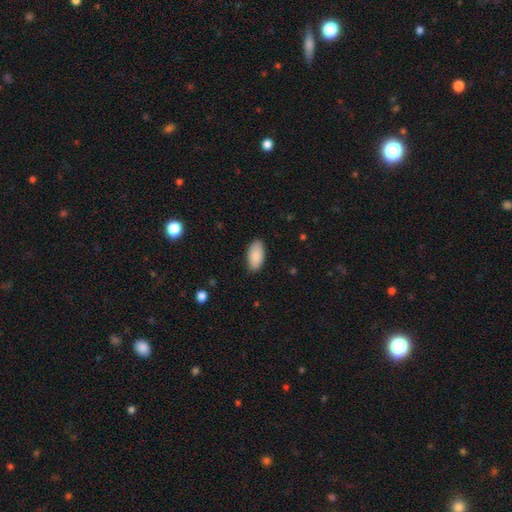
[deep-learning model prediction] Morphology: type=smooth (88%); roundness=in between (94%); merging=none (86%).